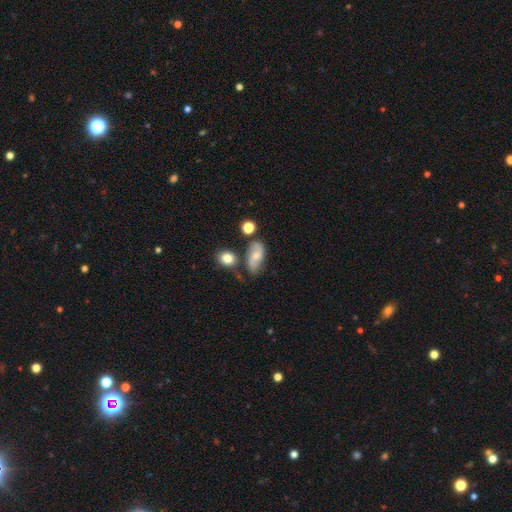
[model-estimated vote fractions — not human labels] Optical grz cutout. It shows a featured or disk galaxy (48%). Merging: none (59%).